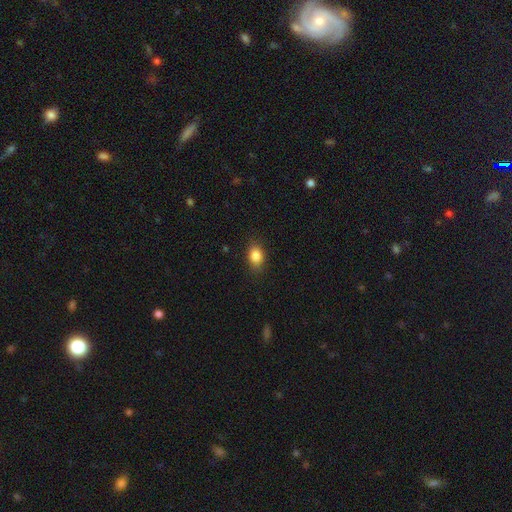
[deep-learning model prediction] smooth 85%, star or artifact 9%, featured or disk 6%. Down the decision tree: how rounded — in between (76%); merging — none (83%).